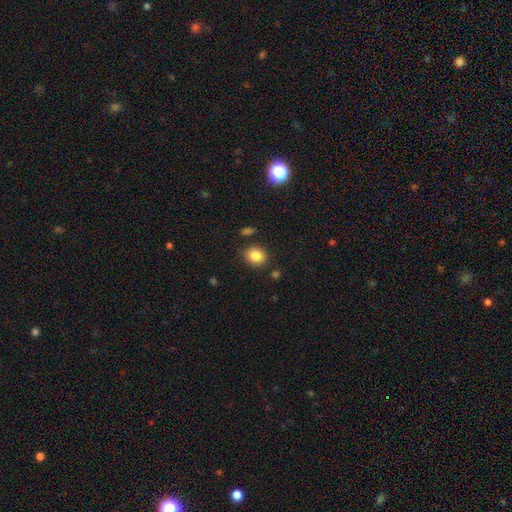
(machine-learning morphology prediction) Q: Smooth or featured?
A: smooth (84%); runner-up: star or artifact (10%)
Q: How rounded?
A: round (72%); runner-up: in between (27%)
Q: Merging?
A: none (83%); runner-up: minor disturbance (11%)